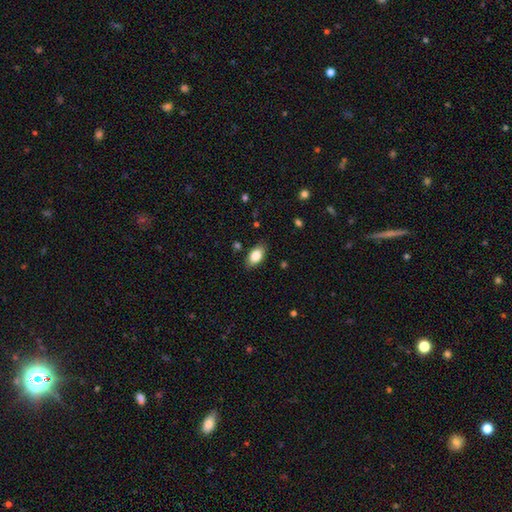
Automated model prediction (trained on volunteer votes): Morphology: type=smooth (83%); roundness=in between (91%); merging=none (84%).